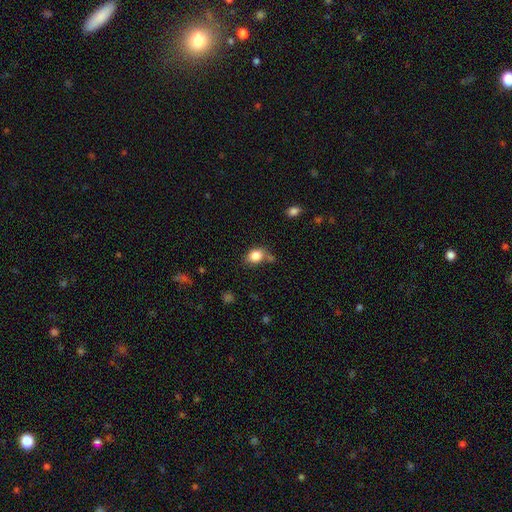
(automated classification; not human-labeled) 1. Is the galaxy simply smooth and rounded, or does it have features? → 84% smooth, 10% star or artifact, 6% featured or disk.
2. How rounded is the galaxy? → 60% in between, 39% round, 1% cigar-shaped.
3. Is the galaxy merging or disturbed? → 62% none, 19% minor disturbance, 13% merger, 6% major disturbance.